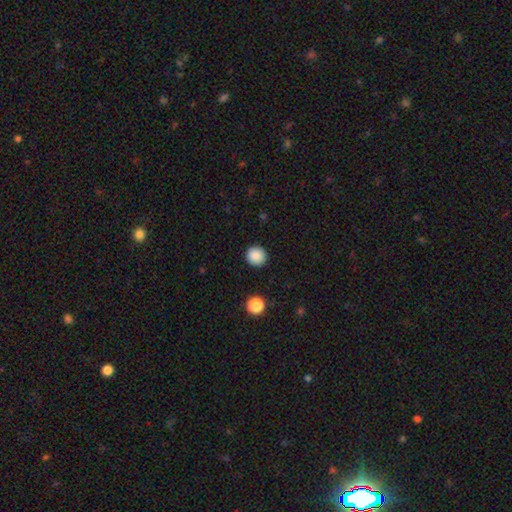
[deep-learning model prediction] Smooth or featured?
  - smooth: 88% *
  - star or artifact: 10%
  - featured or disk: 3%
How rounded?
  - round: 94% *
  - in between: 5%
  - cigar-shaped: 1%
Merging?
  - none: 92% *
  - minor disturbance: 5%
  - major disturbance: 2%
  - merger: 1%